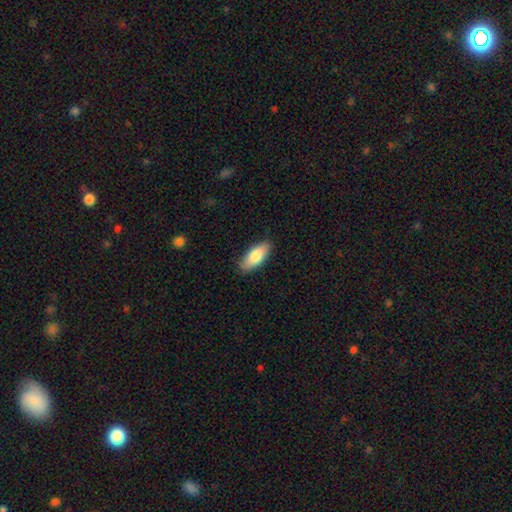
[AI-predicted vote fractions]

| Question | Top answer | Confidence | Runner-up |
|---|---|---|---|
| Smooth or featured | smooth | 81% | featured or disk (13%) |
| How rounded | in between | 82% | cigar-shaped (16%) |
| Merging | none | 86% | minor disturbance (11%) |